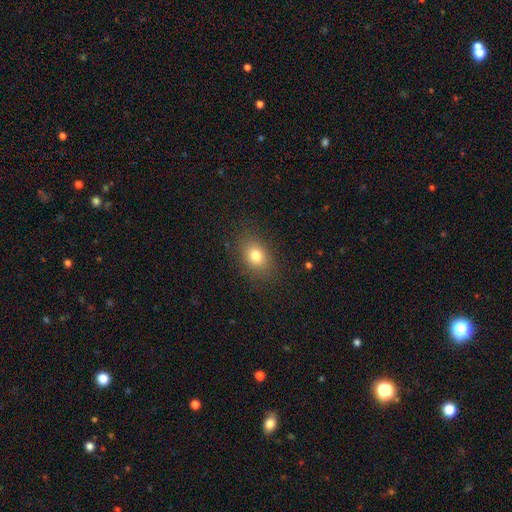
Smooth or featured: smooth — 81% (featured or disk — 14%)
How rounded: in between — 80% (round — 20%)
Merging: none — 80% (minor disturbance — 14%)